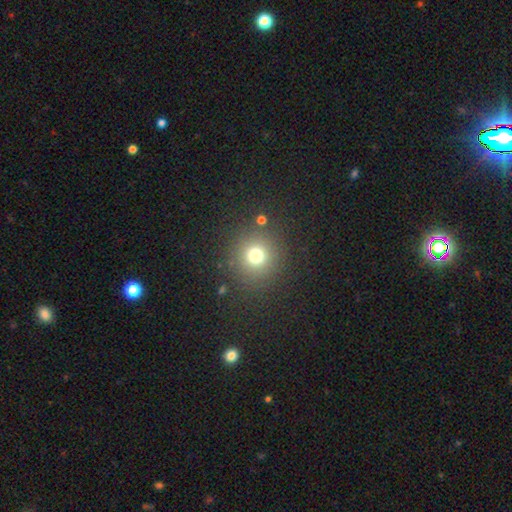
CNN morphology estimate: Smooth or featured: smooth — 73% (star or artifact — 19%)
How rounded: round — 93% (in between — 6%)
Merging: none — 87% (minor disturbance — 7%)